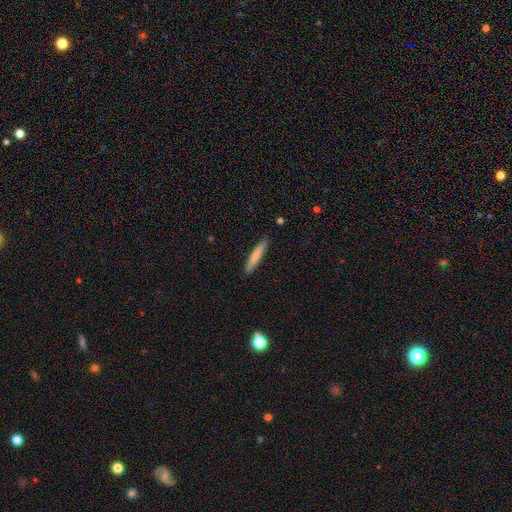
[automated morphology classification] smooth-or-featured: smooth: 77% | featured or disk: 18% | star or artifact: 5%
  how-rounded: cigar-shaped: 93% | in between: 6% | round: 1%
  merging: none: 90% | minor disturbance: 7% | major disturbance: 1% | merger: 1%